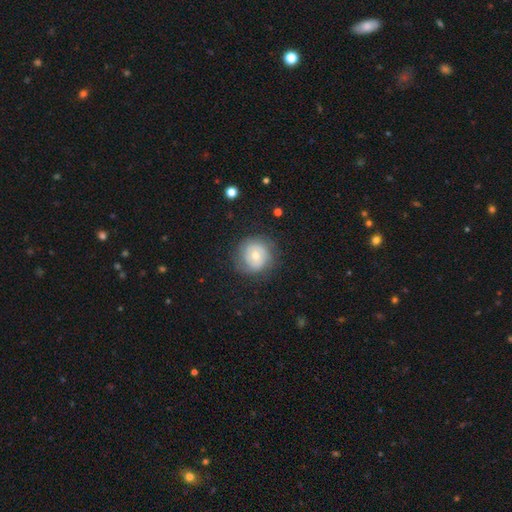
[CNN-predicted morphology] type=featured or disk (46%, tied with smooth); merging=none (74%).